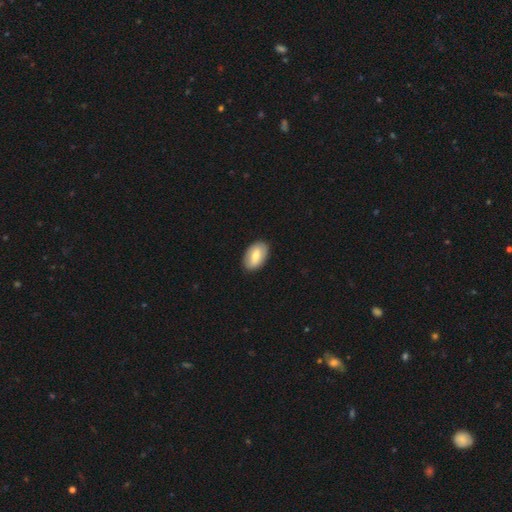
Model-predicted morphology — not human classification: type=smooth (71%); roundness=in between (93%); merging=none (88%).